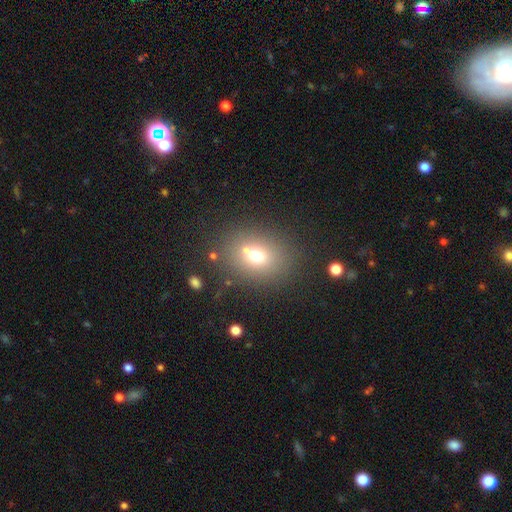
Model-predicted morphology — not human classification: Smooth or featured: smooth — 67% (star or artifact — 17%)
How rounded: round — 50% (in between — 49%)
Merging: none — 64% (merger — 19%)